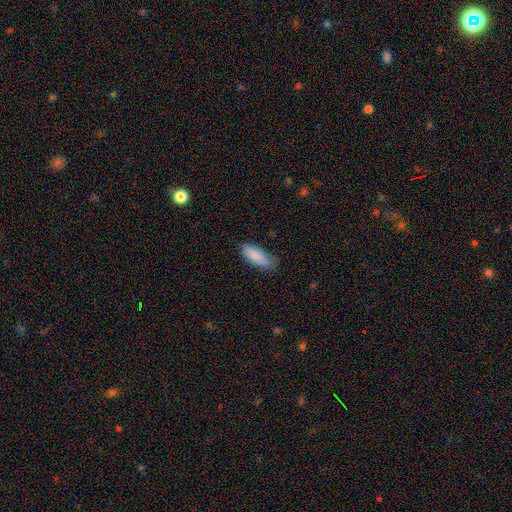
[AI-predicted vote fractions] smooth_or_featured: smooth (p=0.87) [alt: featured or disk p=0.06]
how_rounded: in between (p=0.75) [alt: cigar-shaped p=0.23]
merging: none (p=0.72) [alt: minor disturbance p=0.23]